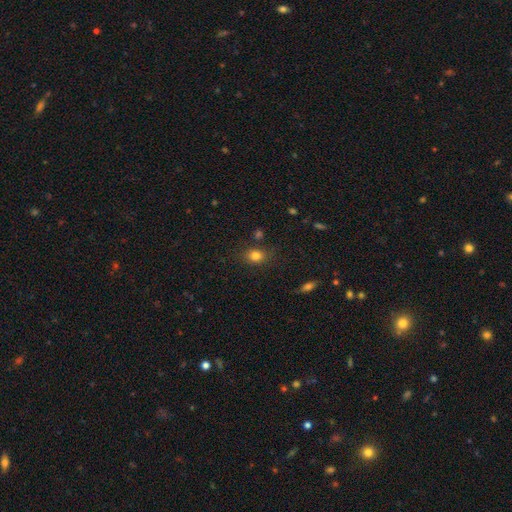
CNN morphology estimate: Smooth or featured? Predicted: smooth (p=0.81). How rounded? Predicted: round (p=0.53). Merging? Predicted: none (p=0.79).